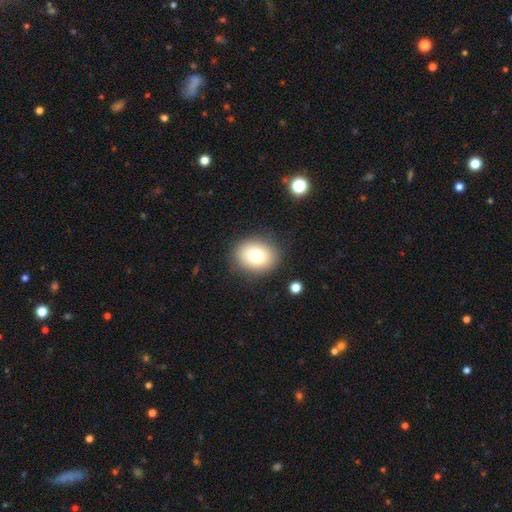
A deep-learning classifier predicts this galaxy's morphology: This appears to be a smooth galaxy with no disk features (79%) that is round (54%). Merging: none (86%).